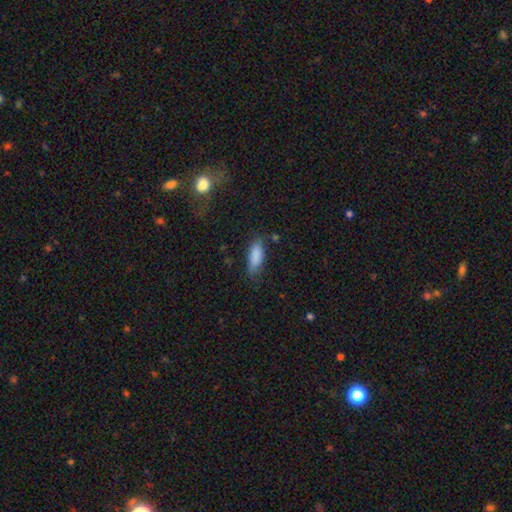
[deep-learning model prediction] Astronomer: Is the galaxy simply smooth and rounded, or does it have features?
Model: smooth — 85%.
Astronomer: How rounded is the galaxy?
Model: in between — 75%.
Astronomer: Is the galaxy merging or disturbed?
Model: none — 69%.